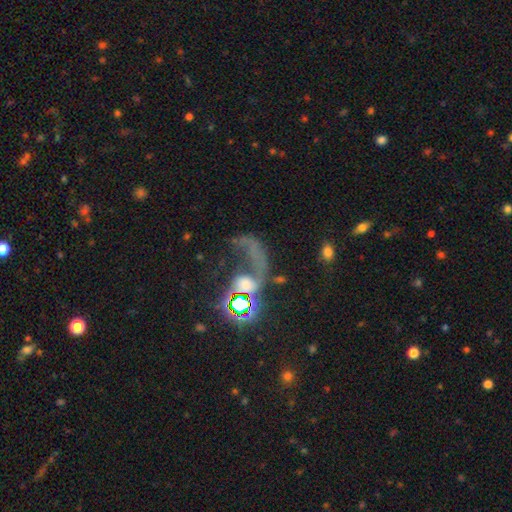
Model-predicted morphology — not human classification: smooth-or-featured: featured or disk: 40% | star or artifact: 37% | smooth: 23%
  merging: major disturbance: 42% | none: 27% | merger: 19% | minor disturbance: 11%